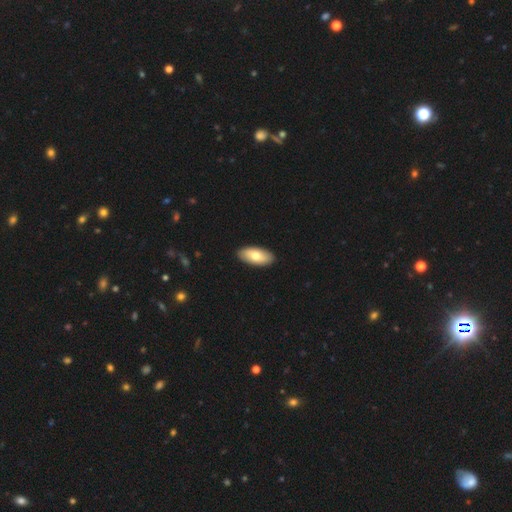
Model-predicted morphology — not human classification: Smooth or featured?
  - smooth: 73% *
  - featured or disk: 22%
  - star or artifact: 5%
How rounded?
  - in between: 92% *
  - cigar-shaped: 6%
  - round: 2%
Merging?
  - none: 91% *
  - minor disturbance: 6%
  - major disturbance: 1%
  - merger: 1%